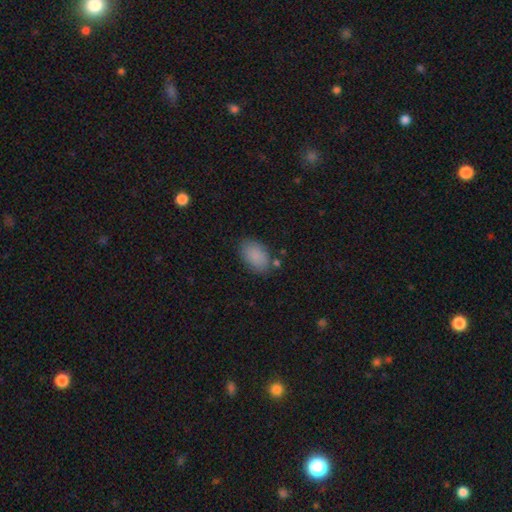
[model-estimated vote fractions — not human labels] Smooth or featured? smooth (88%)
How rounded? in between (90%)
Merging? none (78%)